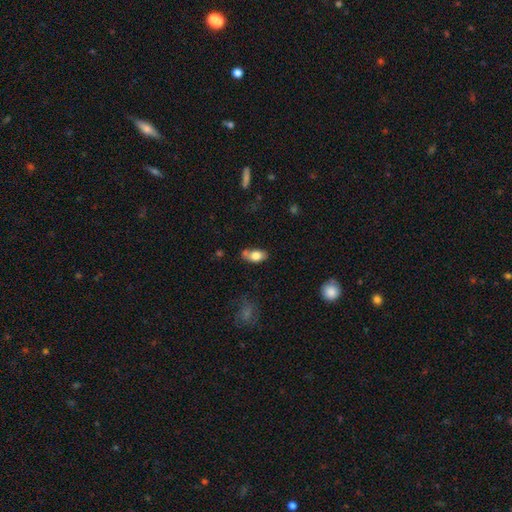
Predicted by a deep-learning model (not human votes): Q: Smooth or featured?
A: smooth (78%); runner-up: featured or disk (15%)
Q: How rounded?
A: in between (89%); runner-up: round (7%)
Q: Merging?
A: none (62%); runner-up: minor disturbance (21%)